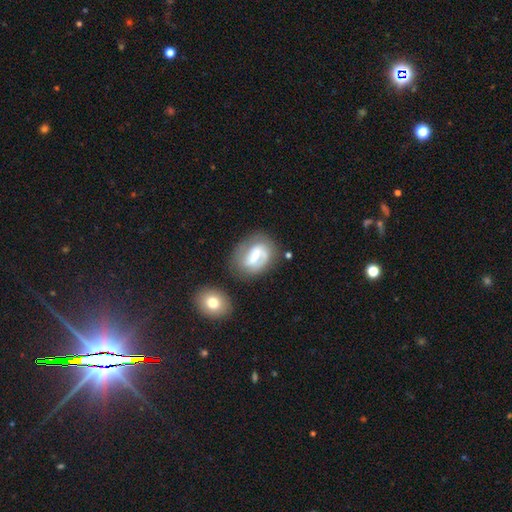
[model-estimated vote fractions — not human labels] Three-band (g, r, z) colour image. It shows a featured or disk galaxy (67%) with a weak bar (49%), 2 (66%) medium (44%) spiral arms (86%) and a small central bulge (45%). Merging: none (62%).